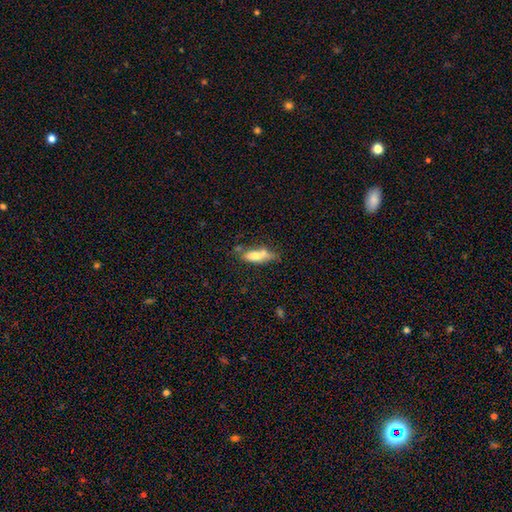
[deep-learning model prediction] The model was most divided on "how rounded": in between: 50%, cigar-shaped: 47%, round: 2%. Remaining: smooth or featured — smooth (68%); merging — none (46%).